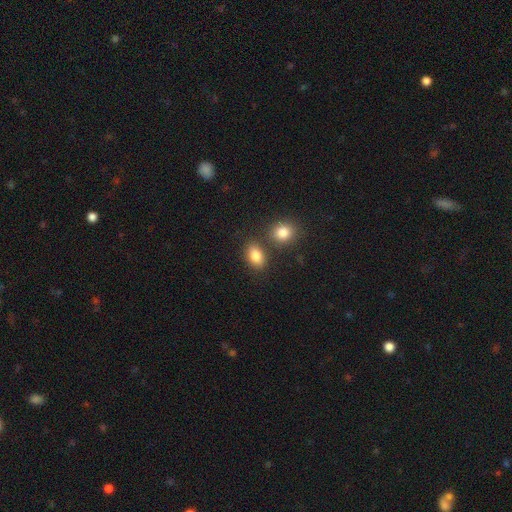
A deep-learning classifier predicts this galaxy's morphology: Smooth or featured? smooth (84%)
How rounded? in between (80%)
Merging? none (71%)